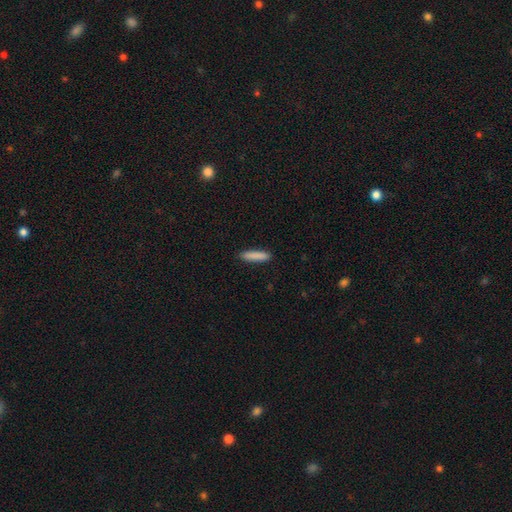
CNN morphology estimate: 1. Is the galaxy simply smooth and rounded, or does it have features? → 87% smooth, 7% featured or disk, 6% star or artifact.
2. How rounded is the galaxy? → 84% cigar-shaped, 15% in between, 1% round.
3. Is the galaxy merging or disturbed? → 90% none, 7% minor disturbance, 2% major disturbance, 1% merger.